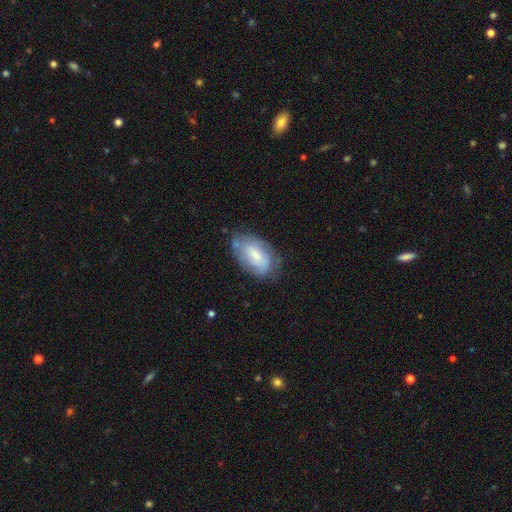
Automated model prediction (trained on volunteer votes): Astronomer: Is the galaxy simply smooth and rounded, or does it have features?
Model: smooth — 51% (runner-up: featured or disk, 41%).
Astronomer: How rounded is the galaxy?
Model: in between — 92%.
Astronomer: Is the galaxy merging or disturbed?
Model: none — 62%.